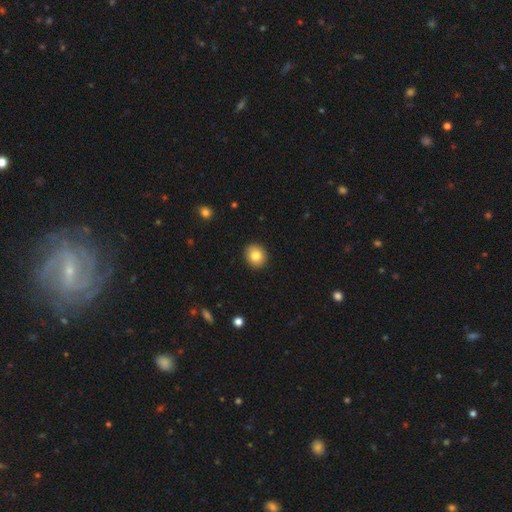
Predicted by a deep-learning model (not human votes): The model was most divided on "how rounded": round: 77%, in between: 22%, cigar-shaped: 1%. More confident: merging — none (91%); smooth or featured — smooth (83%).